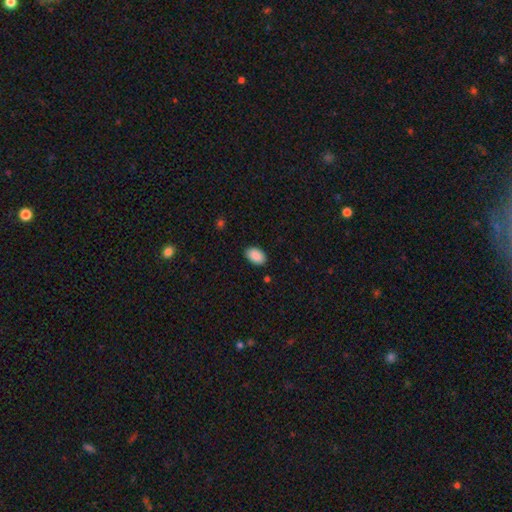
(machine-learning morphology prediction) A smooth galaxy with no disk features (89%) that is in between round and cigar-shaped (91%). Merging: none (87%).